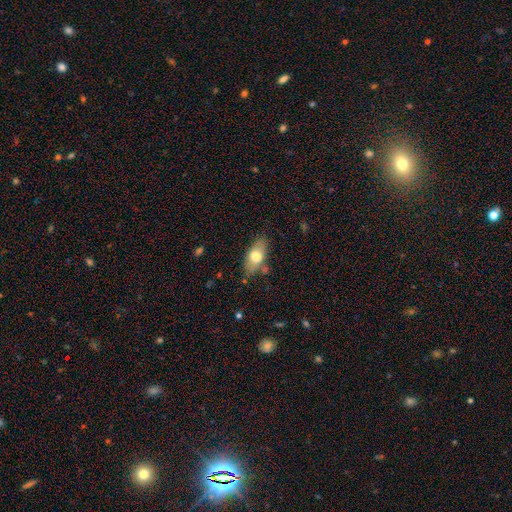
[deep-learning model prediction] Smooth or featured? Predicted: smooth (p=0.68). How rounded? Predicted: in between (p=0.86). Merging? Predicted: none (p=0.75).